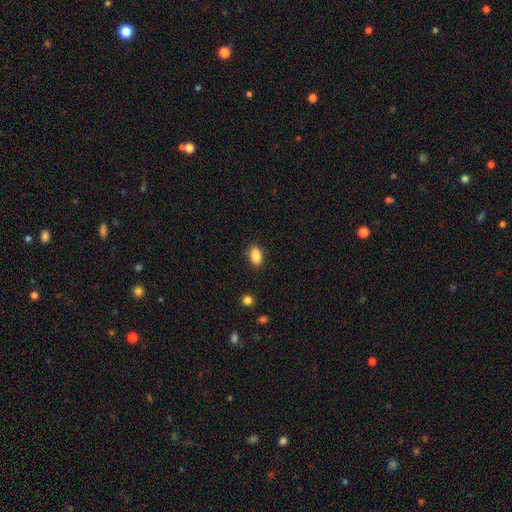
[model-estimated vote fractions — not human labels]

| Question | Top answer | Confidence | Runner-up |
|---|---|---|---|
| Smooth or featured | smooth | 88% | star or artifact (8%) |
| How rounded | in between | 89% | round (9%) |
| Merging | none | 85% | minor disturbance (11%) |